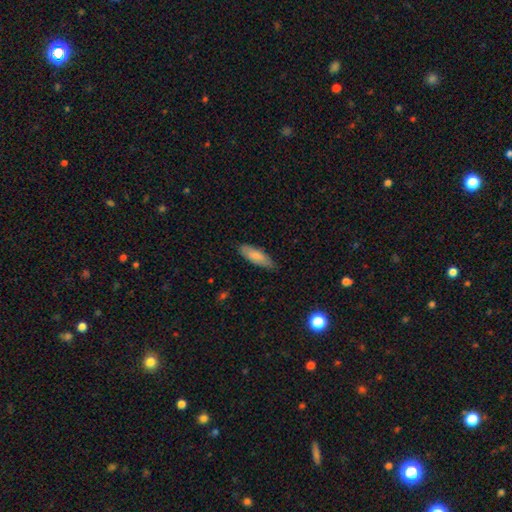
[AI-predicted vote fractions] Smooth or featured? smooth (80%)
How rounded? in between (64%)
Merging? none (78%)